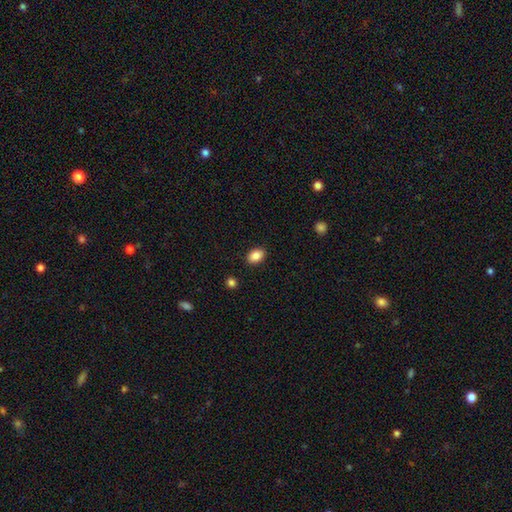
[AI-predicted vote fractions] smooth_or_featured: smooth (p=0.86) [alt: star or artifact p=0.08]
how_rounded: in between (p=0.83) [alt: round p=0.16]
merging: none (p=0.89) [alt: minor disturbance p=0.08]